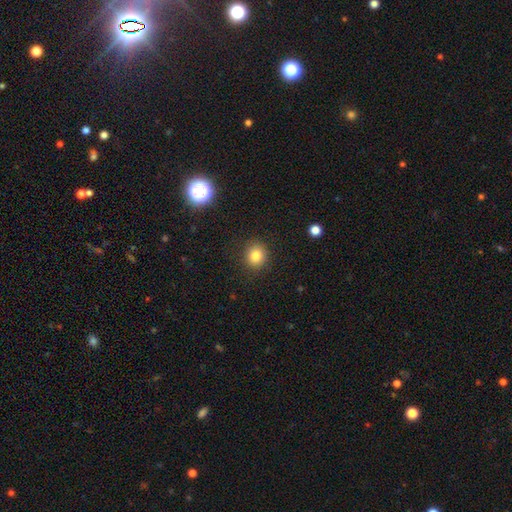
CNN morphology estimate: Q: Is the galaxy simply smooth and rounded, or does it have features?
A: smooth — 82%.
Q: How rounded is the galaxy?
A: round — 80%.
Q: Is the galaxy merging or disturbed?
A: none — 89%.